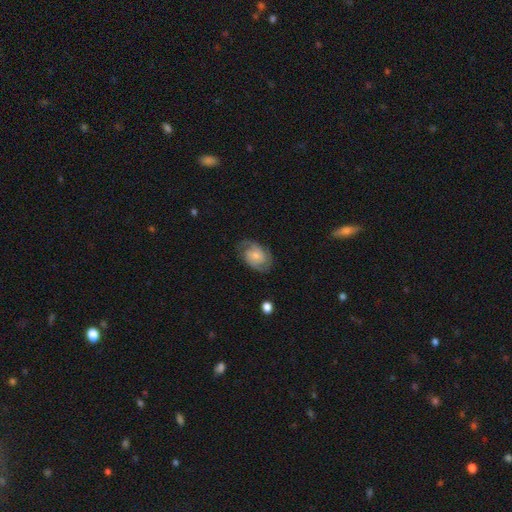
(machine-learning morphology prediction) Overall: featured or disk (61%; smooth 32%). Edge-on disk: no (96%). Bar: no (69%). Spiral arms: yes (90%). Spiral arm count: 2 (66%). Spiral winding: medium (42%, tied with tight). Bulge size: small (51%; moderate 36%). Merging: none (71%).